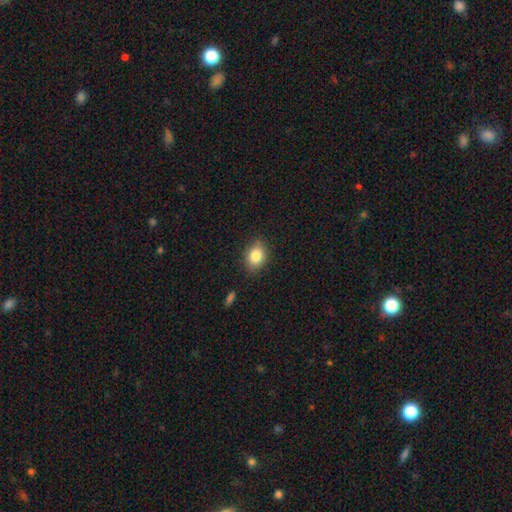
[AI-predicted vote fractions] A smooth galaxy with no disk features (84%) that is in between round and cigar-shaped (66%). Merging: none (85%).